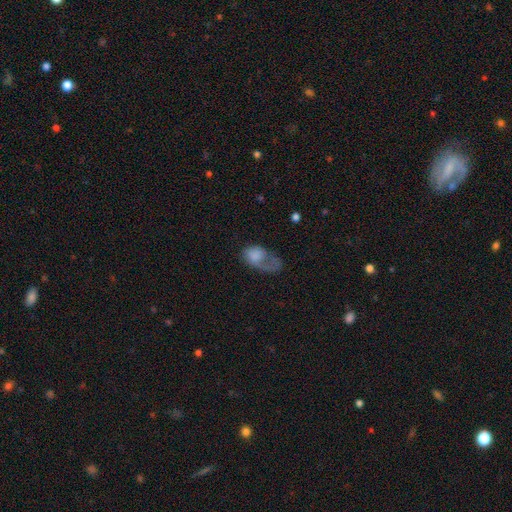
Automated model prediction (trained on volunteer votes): Morphology: type=smooth (62%); roundness=in between (80%); merging=major disturbance (57%).